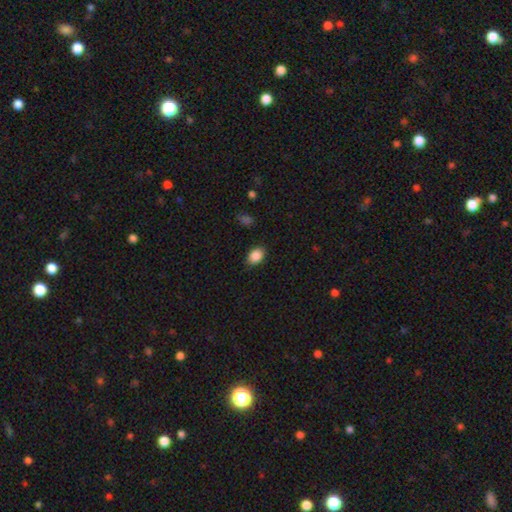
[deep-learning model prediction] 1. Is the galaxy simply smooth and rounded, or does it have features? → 87% smooth, 8% star or artifact, 5% featured or disk.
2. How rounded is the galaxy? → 80% in between, 19% round, 1% cigar-shaped.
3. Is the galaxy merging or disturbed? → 86% none, 11% minor disturbance, 2% major disturbance, 1% merger.